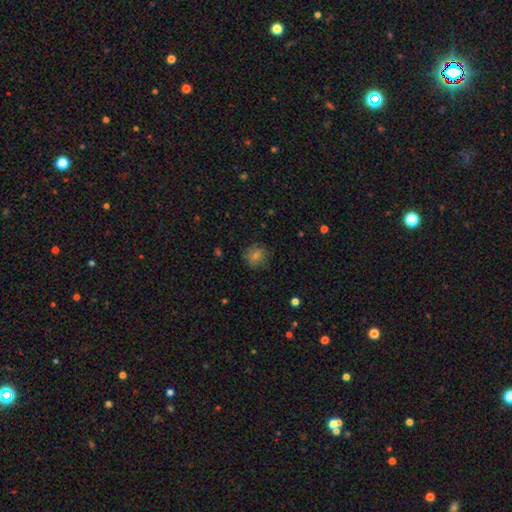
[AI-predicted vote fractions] A smooth galaxy with no disk features (67%) that is round (86%).

Vote fractions:
- Smooth or featured? smooth: 67% / star or artifact: 19% / featured or disk: 15%
- How rounded? round: 86% / in between: 13% / cigar-shaped: 1%
- Merging? none: 84% / minor disturbance: 11% / major disturbance: 3% / merger: 1%